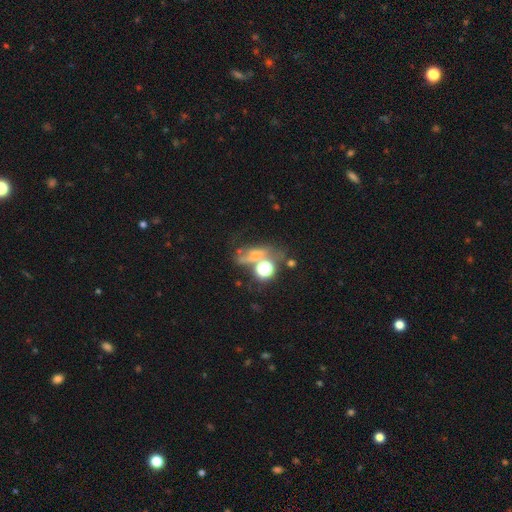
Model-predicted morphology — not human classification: A smooth galaxy with no disk features (38%).

Vote fractions:
- Smooth or featured? smooth: 38% / star or artifact: 34% / featured or disk: 28%
- Merging? none: 36% / major disturbance: 26% / merger: 21% / minor disturbance: 17%